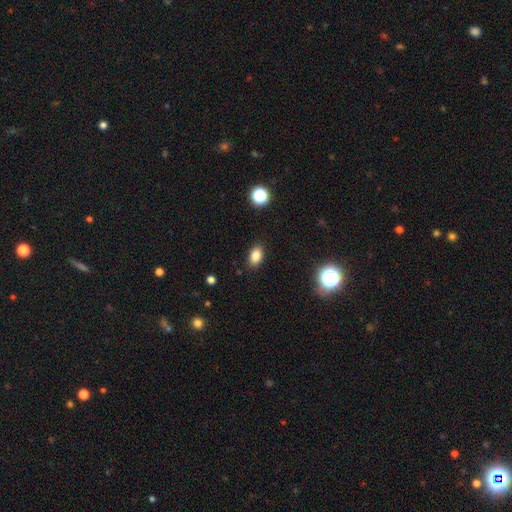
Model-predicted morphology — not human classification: Smooth or featured? Predicted: smooth (p=0.84). How rounded? Predicted: in between (p=0.85). Merging? Predicted: none (p=0.87).